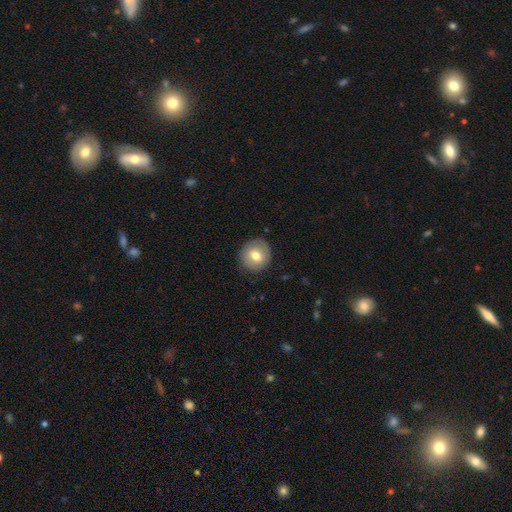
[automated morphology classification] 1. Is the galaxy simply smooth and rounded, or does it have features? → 72% smooth, 20% featured or disk, 8% star or artifact.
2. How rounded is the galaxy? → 86% round, 13% in between, 1% cigar-shaped.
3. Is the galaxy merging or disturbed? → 86% none, 11% minor disturbance, 3% major disturbance, 1% merger.